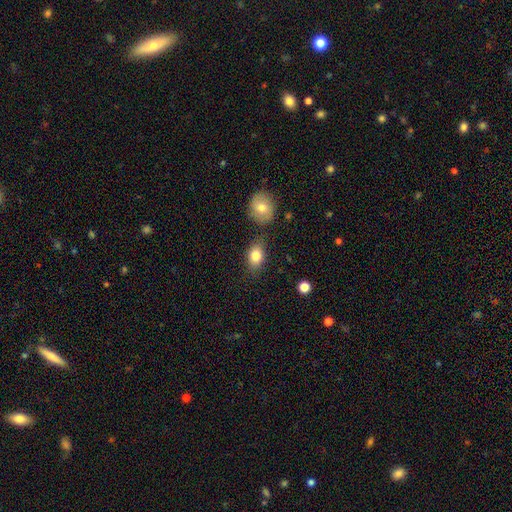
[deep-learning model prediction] Q: Smooth or featured?
A: smooth (82%); runner-up: featured or disk (10%)
Q: How rounded?
A: in between (78%); runner-up: round (21%)
Q: Merging?
A: none (74%); runner-up: minor disturbance (15%)